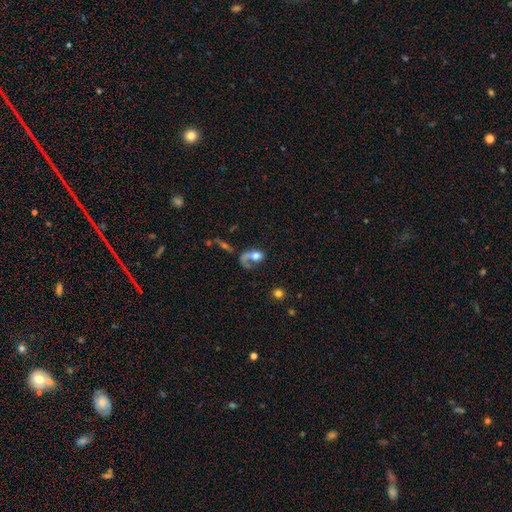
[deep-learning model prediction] Overall: smooth (49%; featured or disk 41%). Merging: major disturbance (45%; none 26%).